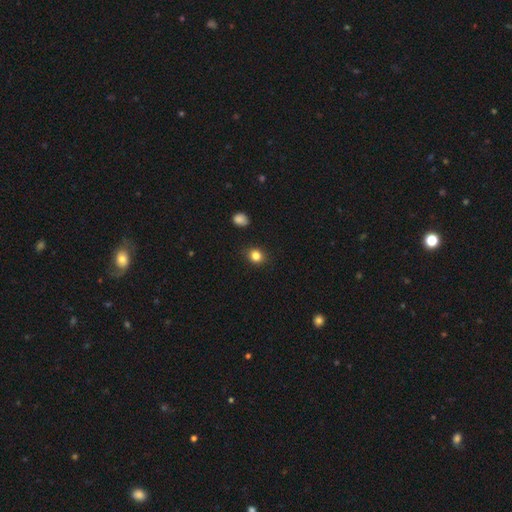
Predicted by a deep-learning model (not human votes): A smooth galaxy with no disk features (83%) that is round (73%). Merging: none (87%).